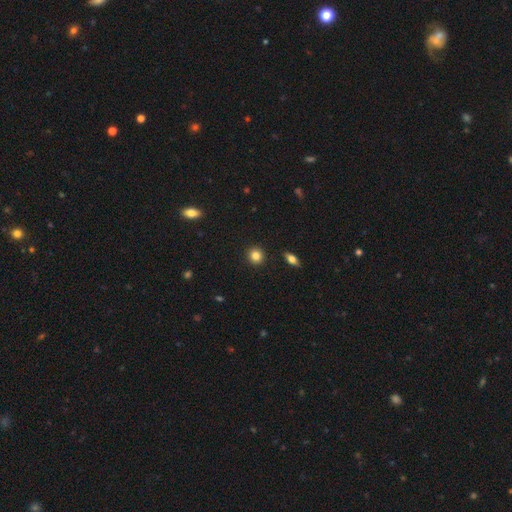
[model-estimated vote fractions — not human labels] This is clearly a smooth galaxy (84%). How rounded: clearly round (91%). Merging: clearly none (92%).